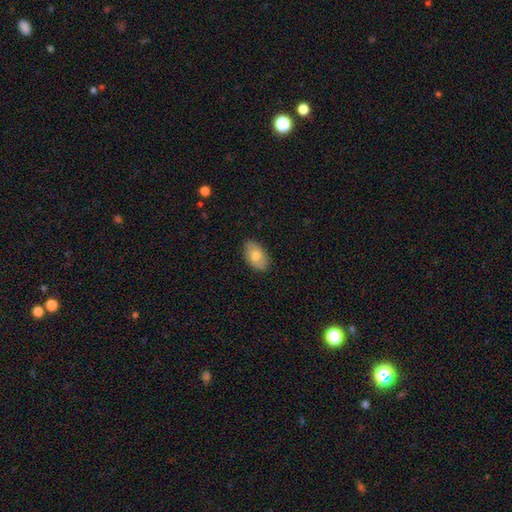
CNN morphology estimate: type=smooth (75%); roundness=in between (91%); merging=none (86%).